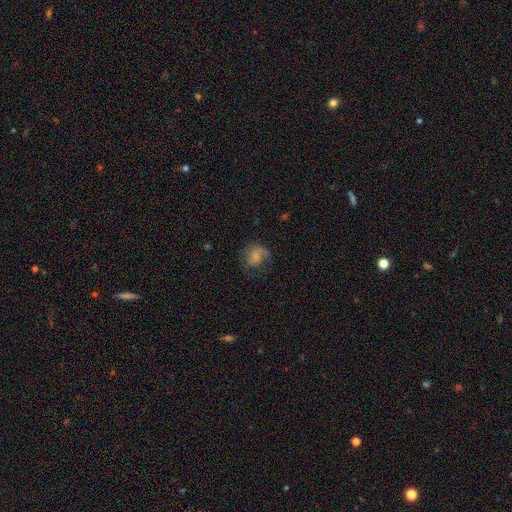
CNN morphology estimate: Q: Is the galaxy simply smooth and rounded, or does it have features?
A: smooth — 51%.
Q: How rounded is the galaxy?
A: round — 60%.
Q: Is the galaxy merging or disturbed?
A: none — 52%.